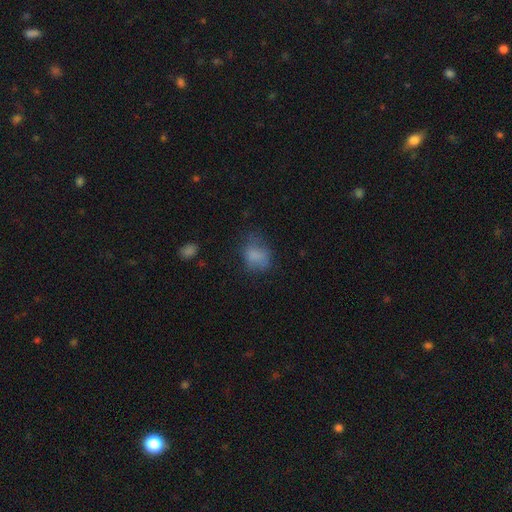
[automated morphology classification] Smooth or featured: smooth — 74% (featured or disk — 14%)
How rounded: in between — 58% (round — 40%)
Merging: none — 48% (minor disturbance — 29%)